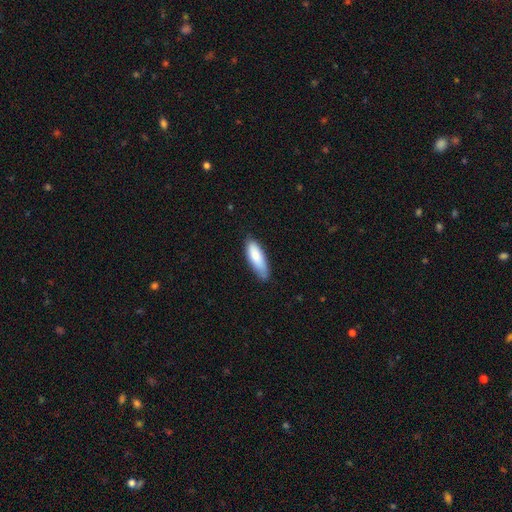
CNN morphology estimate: Smooth or featured?
  - smooth: 82% *
  - featured or disk: 13%
  - star or artifact: 6%
How rounded?
  - in between: 56% *
  - cigar-shaped: 43%
  - round: 2%
Merging?
  - none: 70% *
  - minor disturbance: 25%
  - major disturbance: 3%
  - merger: 1%